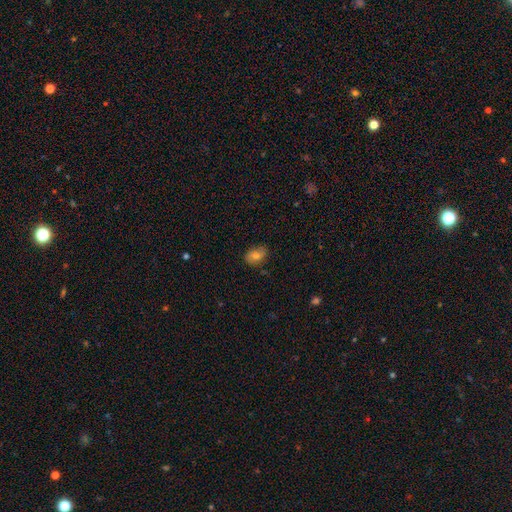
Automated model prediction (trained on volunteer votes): smooth 69%, featured or disk 21%, star or artifact 10%. Down the decision tree: how rounded — in between (74%); merging — none (77%).